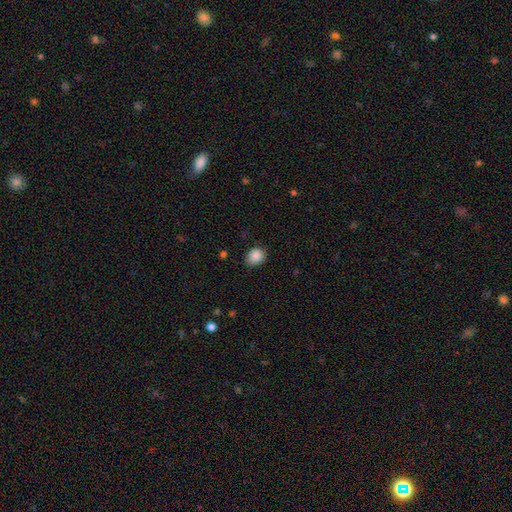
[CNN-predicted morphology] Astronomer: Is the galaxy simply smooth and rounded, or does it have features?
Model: smooth — 87%.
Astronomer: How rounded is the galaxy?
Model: round — 60% (runner-up: in between, 39%).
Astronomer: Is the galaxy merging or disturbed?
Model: none — 79%.